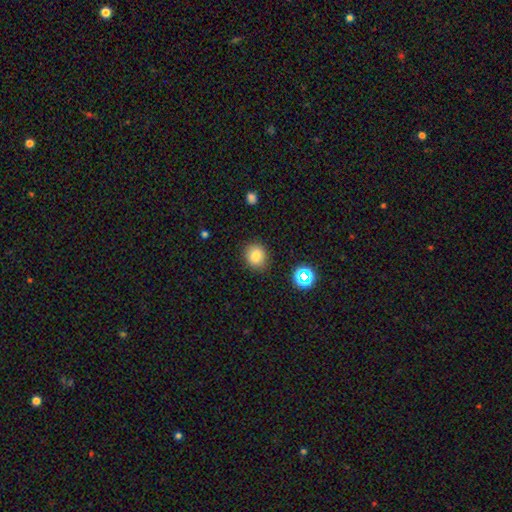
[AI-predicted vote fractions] Q: Smooth or featured?
A: smooth (82%); runner-up: star or artifact (13%)
Q: How rounded?
A: round (75%); runner-up: in between (24%)
Q: Merging?
A: none (85%); runner-up: minor disturbance (10%)